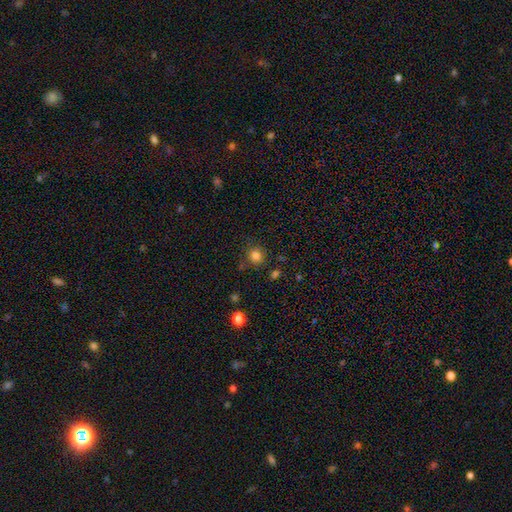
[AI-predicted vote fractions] This is clearly a smooth galaxy (81%). How rounded: clearly round (87%). Merging: clearly none (80%).